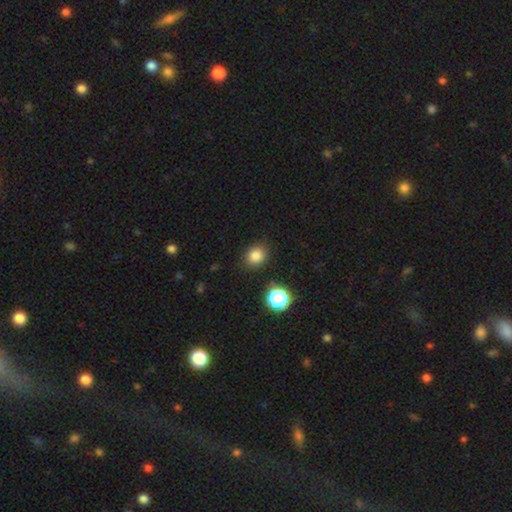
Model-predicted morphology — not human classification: A smooth galaxy with no disk features (82%) that is round (70%). Merging: none (85%).